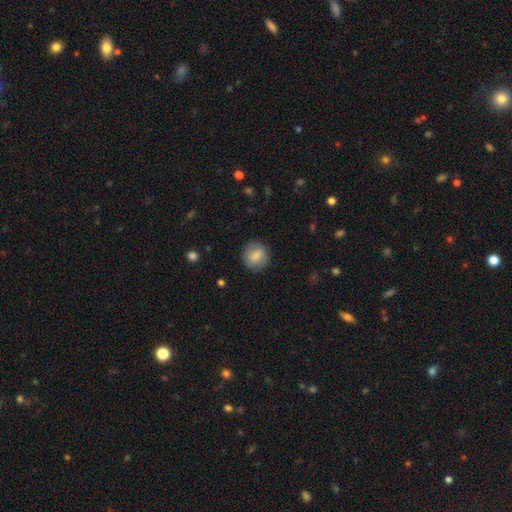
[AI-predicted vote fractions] Smooth or featured? Predicted: smooth (p=0.80). How rounded? Predicted: round (p=0.86). Merging? Predicted: none (p=0.86).